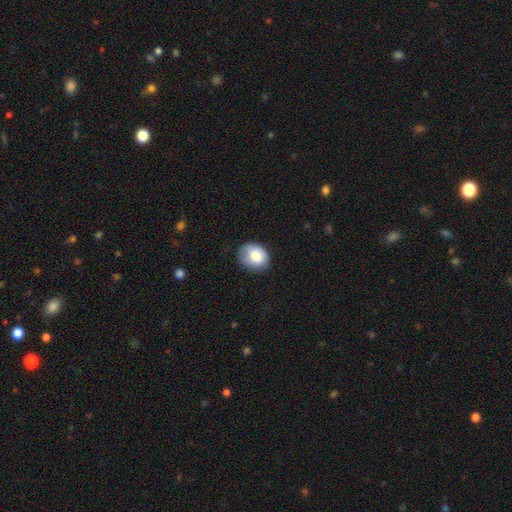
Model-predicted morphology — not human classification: Smooth or featured? Predicted: smooth (p=0.80). How rounded? Predicted: round (p=0.53). Merging? Predicted: none (p=0.69).